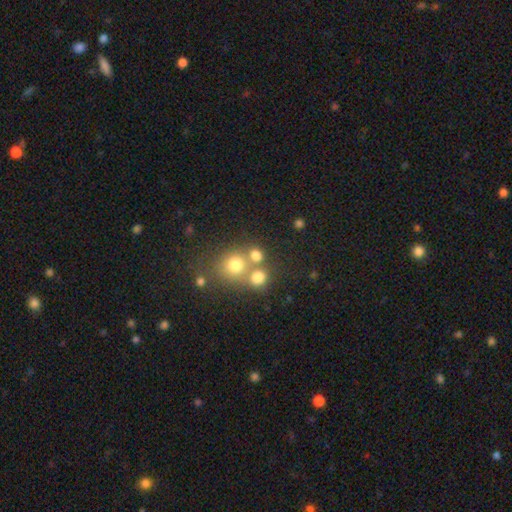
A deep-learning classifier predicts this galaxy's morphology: smooth 73%, star or artifact 17%, featured or disk 10%. Down the decision tree: how rounded — round (81%); merging — none (56%).